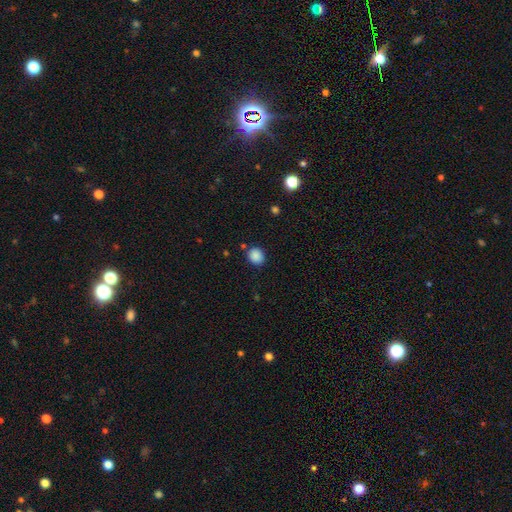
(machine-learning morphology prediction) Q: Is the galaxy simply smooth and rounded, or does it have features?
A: smooth — 88%.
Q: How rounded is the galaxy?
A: round — 72%.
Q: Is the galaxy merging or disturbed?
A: none — 84%.